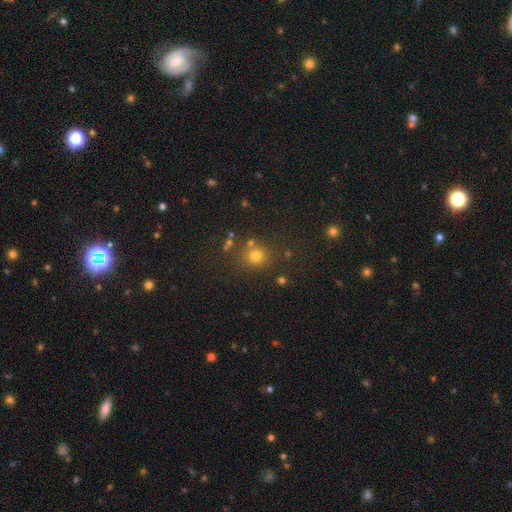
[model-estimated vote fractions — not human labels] Q: Smooth or featured?
A: smooth (70%); runner-up: star or artifact (22%)
Q: How rounded?
A: round (86%); runner-up: in between (13%)
Q: Merging?
A: none (77%); runner-up: minor disturbance (10%)